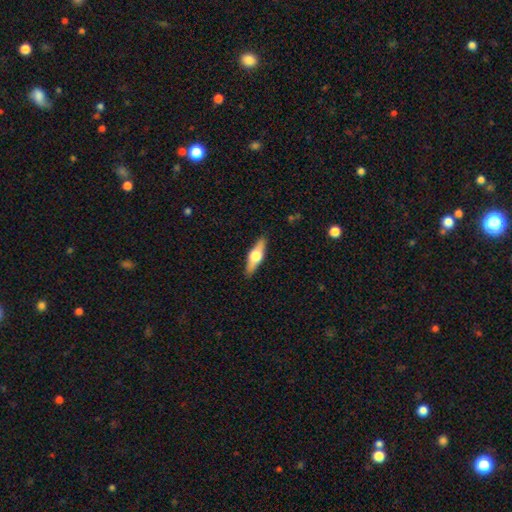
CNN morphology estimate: type=featured or disk (59%); edge-on=yes (95%); edge-on bulge=rounded (94%); merging=none (89%).